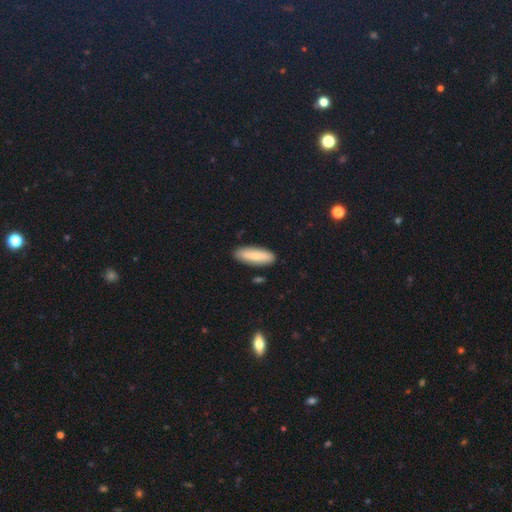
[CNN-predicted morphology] A smooth galaxy with no disk features (78%) that is in between round and cigar-shaped (56%).

Vote fractions:
- Smooth or featured? smooth: 78% / featured or disk: 16% / star or artifact: 6%
- How rounded? in between: 56% / cigar-shaped: 42% / round: 2%
- Merging? none: 87% / minor disturbance: 10% / major disturbance: 2% / merger: 2%